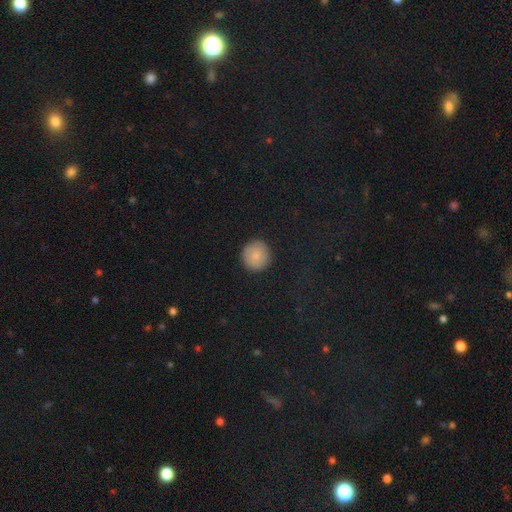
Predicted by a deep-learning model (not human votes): A smooth galaxy with no disk features (82%) that is round (94%). Merging: none (90%).